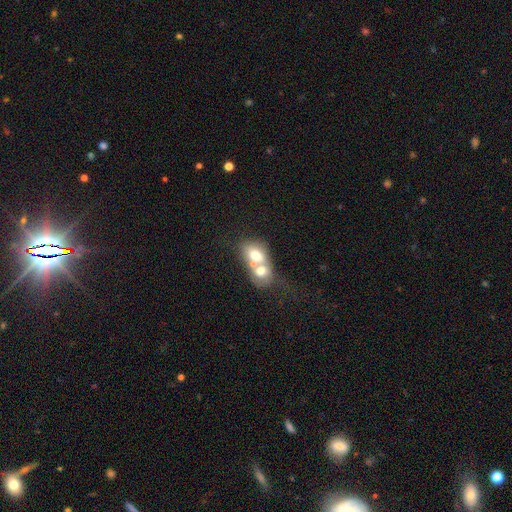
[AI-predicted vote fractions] Smooth or featured? smooth (61%)
How rounded? in between (70%)
Merging? merger (75%)